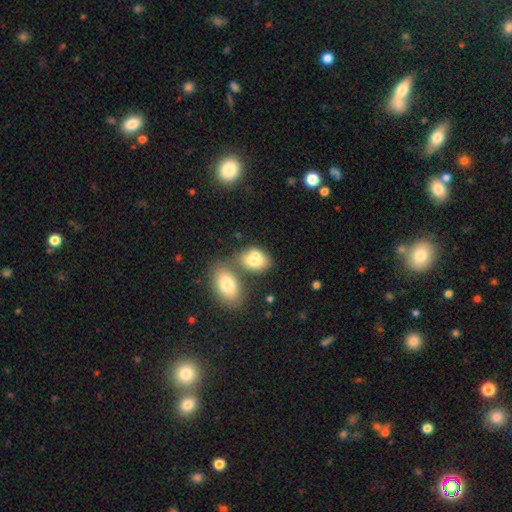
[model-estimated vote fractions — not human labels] This appears to be a smooth galaxy with no disk features (74%) that is in between round and cigar-shaped (76%). Merging: merger (46%).